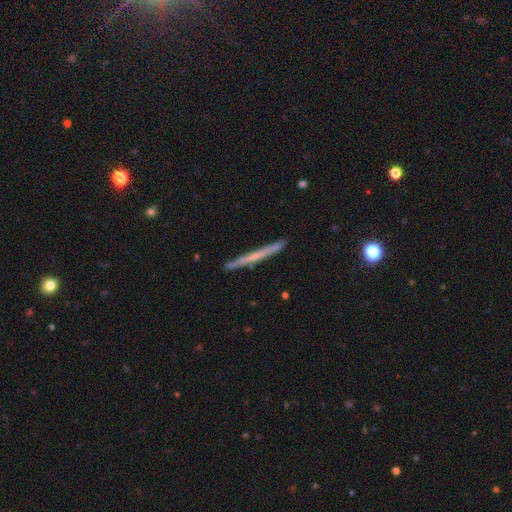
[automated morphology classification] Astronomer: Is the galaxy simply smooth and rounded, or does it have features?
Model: featured or disk — 54% (runner-up: smooth, 39%).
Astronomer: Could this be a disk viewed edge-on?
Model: yes — 97%.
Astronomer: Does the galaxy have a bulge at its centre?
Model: none — 79%.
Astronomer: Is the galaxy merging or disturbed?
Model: none — 89%.